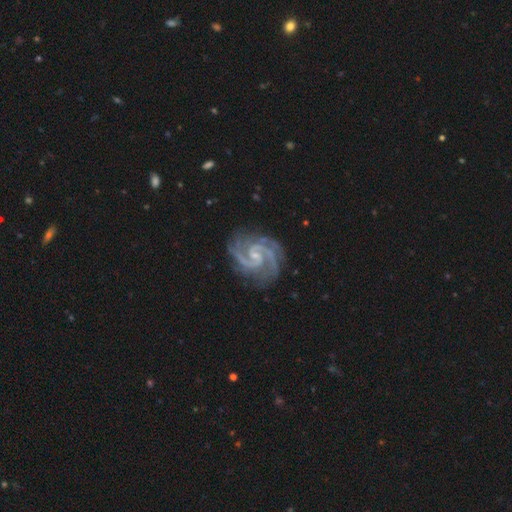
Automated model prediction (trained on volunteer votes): A featured or disk galaxy (94%) with a weak bar (47%), 2 (71%) medium (56%) spiral arms (99%) and a small central bulge (74%).

Vote fractions:
- Smooth or featured? featured or disk: 94% / star or artifact: 4% / smooth: 2%
- Edge-on disk? no: 98% / yes: 2%
- Bar? weak: 47% / no: 38% / strong: 15%
- Spiral arms? yes: 99% / no: 1%
- Spiral winding? medium: 56% / tight: 37% / loose: 7%
- Spiral arm count? 2: 71% / 3: 15% / can't tell: 4% / 4: 4% / more than 4: 3% / 1: 3%
- Bulge size? small: 74% / moderate: 17% / none: 8% / large: 1% / dominant: 1%
- Merging? none: 77% / minor disturbance: 16% / major disturbance: 5% / merger: 2%